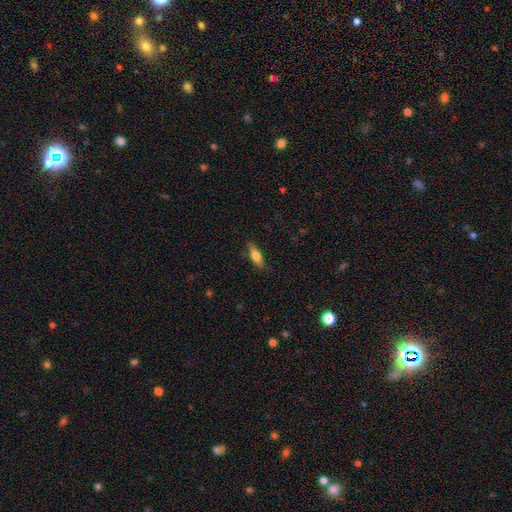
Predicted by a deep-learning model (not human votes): Morphology: type=smooth (72%); roundness=in between (57%); merging=none (84%).